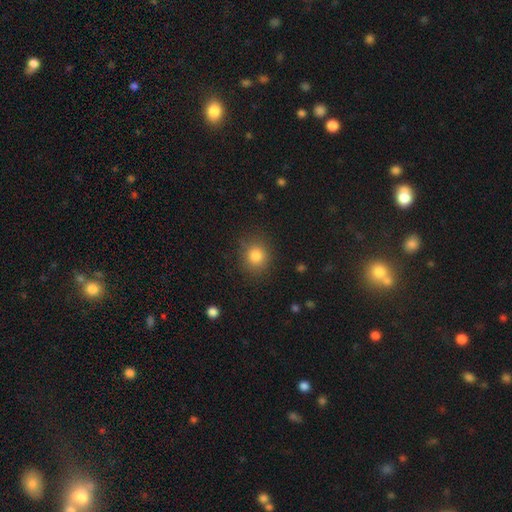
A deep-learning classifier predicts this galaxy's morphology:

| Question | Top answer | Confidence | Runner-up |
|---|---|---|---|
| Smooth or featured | smooth | 83% | star or artifact (11%) |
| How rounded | round | 82% | in between (17%) |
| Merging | none | 82% | minor disturbance (12%) |